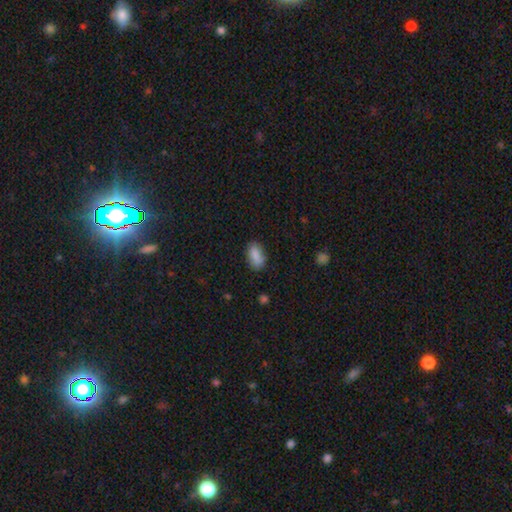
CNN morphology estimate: smooth-or-featured: smooth: 86% | star or artifact: 8% | featured or disk: 6%
  how-rounded: in between: 89% | cigar-shaped: 5% | round: 5%
  merging: none: 78% | minor disturbance: 17% | major disturbance: 4% | merger: 2%